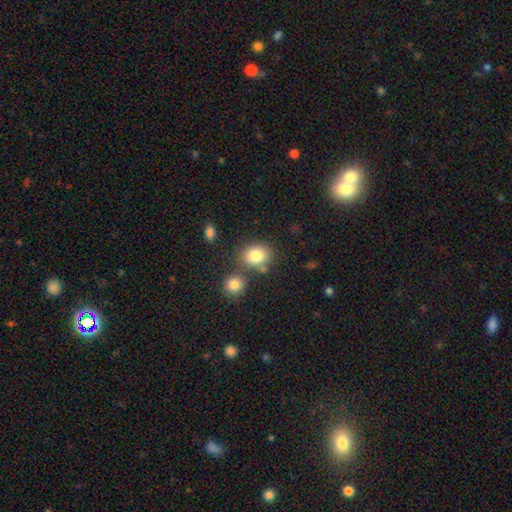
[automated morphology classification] Q: Smooth or featured?
A: smooth (83%); runner-up: star or artifact (9%)
Q: How rounded?
A: round (51%); runner-up: in between (48%)
Q: Merging?
A: none (63%); runner-up: merger (20%)